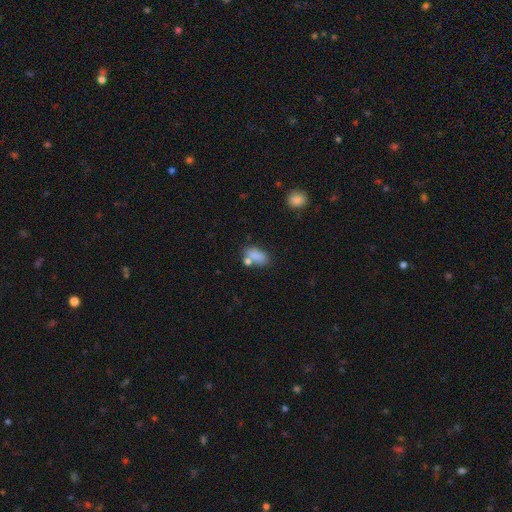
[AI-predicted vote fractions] Smooth or featured: smooth — 80% (star or artifact — 10%)
How rounded: in between — 86% (round — 7%)
Merging: none — 54% (merger — 23%)